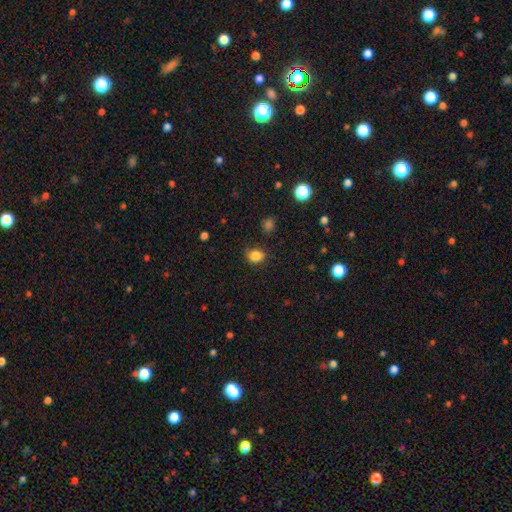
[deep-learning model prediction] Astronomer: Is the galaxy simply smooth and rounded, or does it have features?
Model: smooth — 84%.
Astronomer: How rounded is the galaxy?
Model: round — 64%.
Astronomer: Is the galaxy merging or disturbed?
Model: none — 76%.